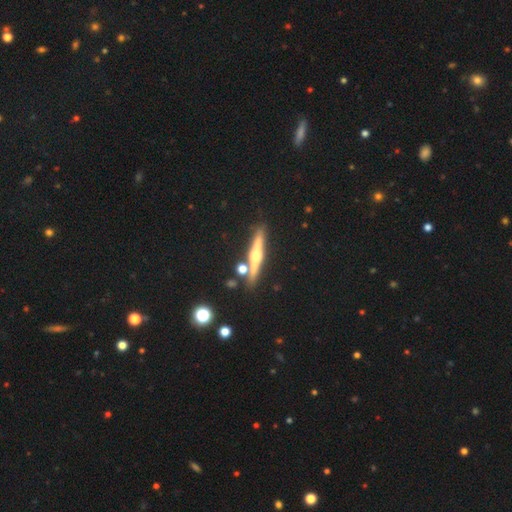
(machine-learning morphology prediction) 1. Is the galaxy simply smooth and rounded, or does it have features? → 69% featured or disk, 23% smooth, 9% star or artifact.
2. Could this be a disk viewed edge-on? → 96% yes, 4% no.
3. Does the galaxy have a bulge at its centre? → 91% rounded, 4% boxy, 4% none.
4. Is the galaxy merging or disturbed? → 82% none, 8% minor disturbance, 8% merger, 3% major disturbance.